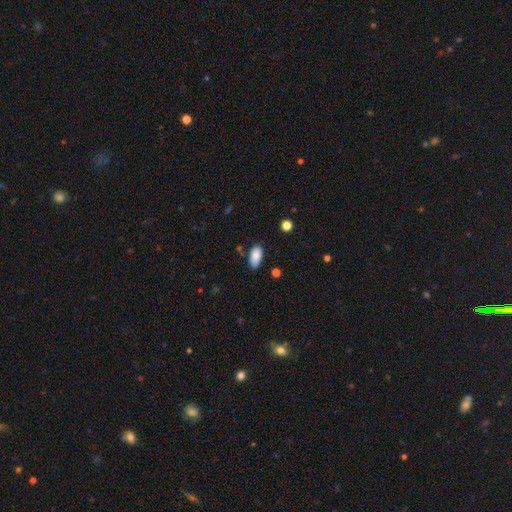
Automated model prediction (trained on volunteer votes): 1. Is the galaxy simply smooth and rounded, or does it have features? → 87% smooth, 7% star or artifact, 6% featured or disk.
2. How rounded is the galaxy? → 93% in between, 5% cigar-shaped, 3% round.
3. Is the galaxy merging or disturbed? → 76% none, 19% minor disturbance, 3% major disturbance, 2% merger.